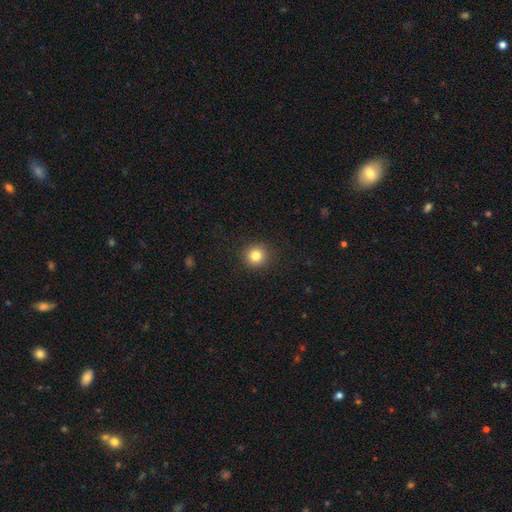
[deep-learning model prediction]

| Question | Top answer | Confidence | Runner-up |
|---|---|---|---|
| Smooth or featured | smooth | 83% | star or artifact (11%) |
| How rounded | round | 92% | in between (7%) |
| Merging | none | 91% | minor disturbance (6%) |